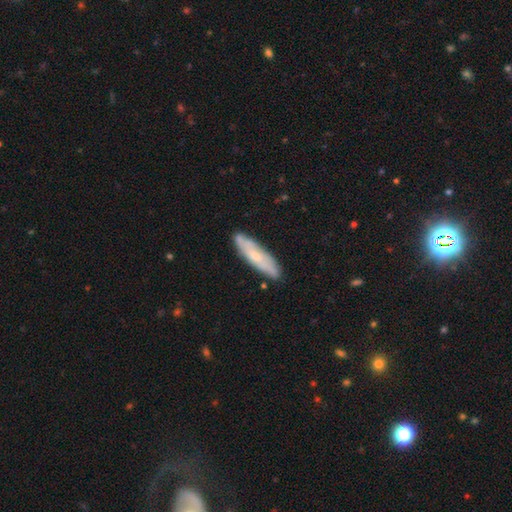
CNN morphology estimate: type=smooth (52%); roundness=cigar-shaped (74%); merging=none (82%).